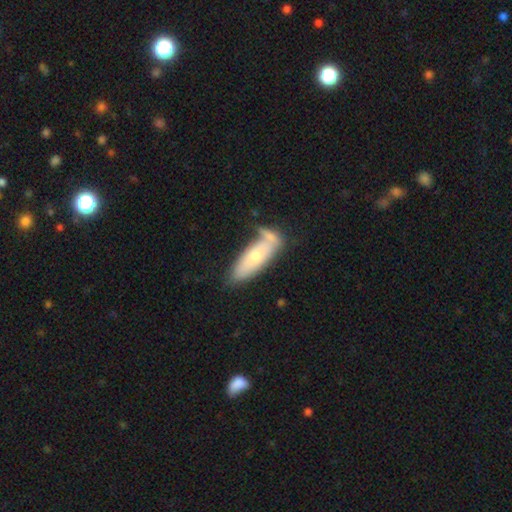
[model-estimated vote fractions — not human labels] Q: Smooth or featured?
A: smooth (59%); runner-up: featured or disk (35%)
Q: How rounded?
A: in between (66%); runner-up: cigar-shaped (32%)
Q: Merging?
A: none (45%); runner-up: merger (26%)